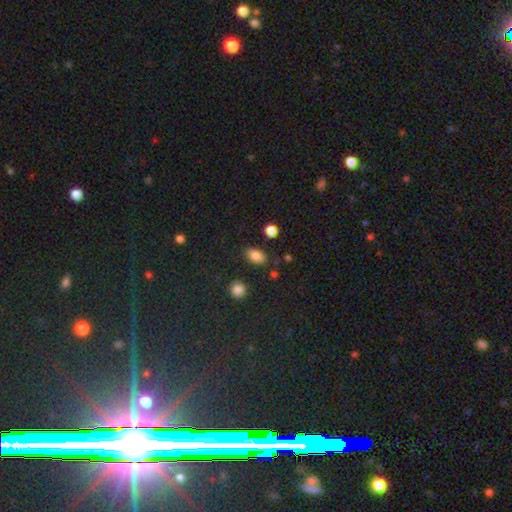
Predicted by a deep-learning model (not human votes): A smooth galaxy with no disk features (85%) that is in between round and cigar-shaped (87%). Merging: none (83%).